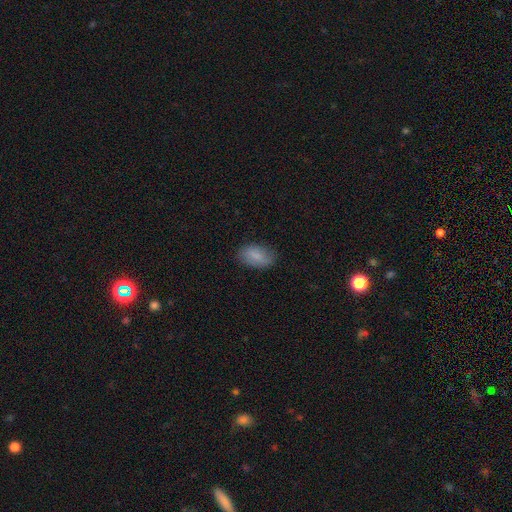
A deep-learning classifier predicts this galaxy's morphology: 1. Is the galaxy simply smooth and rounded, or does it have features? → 78% smooth, 14% featured or disk, 8% star or artifact.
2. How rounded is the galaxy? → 92% in between, 6% round, 2% cigar-shaped.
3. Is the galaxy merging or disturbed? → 77% none, 17% minor disturbance, 4% major disturbance, 1% merger.